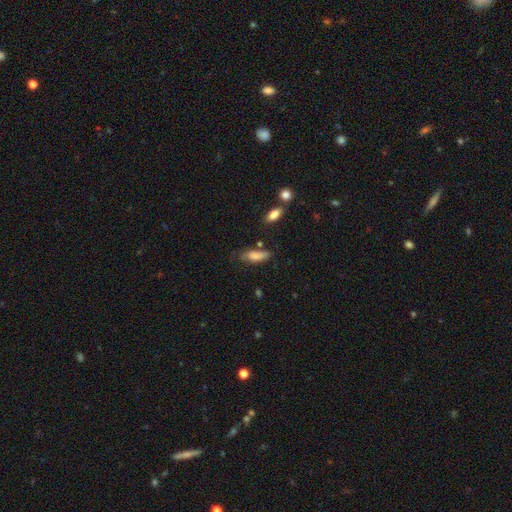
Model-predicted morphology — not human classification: smooth 78%, featured or disk 14%, star or artifact 8%. Down the decision tree: how rounded — in between (64%); merging — none (55%).